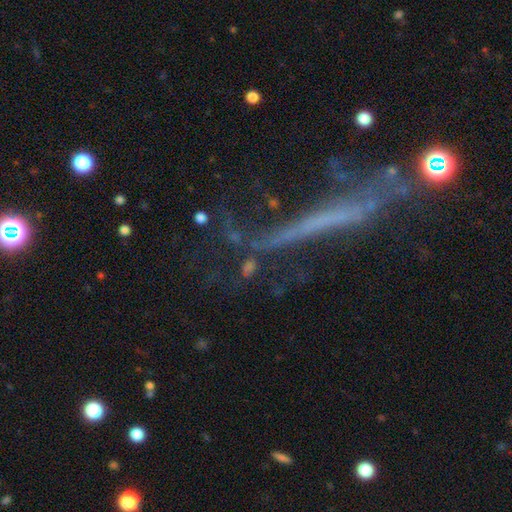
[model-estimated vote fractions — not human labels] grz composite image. It shows a featured or disk galaxy (53%) viewed edge-on (75%). Merging: none (51%).